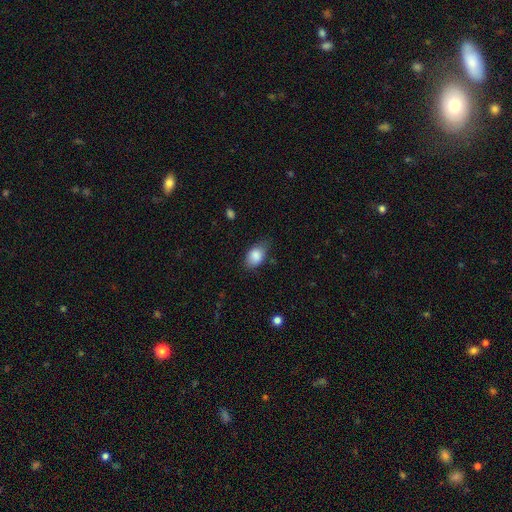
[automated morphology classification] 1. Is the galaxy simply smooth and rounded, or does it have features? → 86% smooth, 7% star or artifact, 7% featured or disk.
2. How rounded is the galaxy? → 85% in between, 14% round, 2% cigar-shaped.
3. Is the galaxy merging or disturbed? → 65% none, 27% minor disturbance, 6% major disturbance, 1% merger.